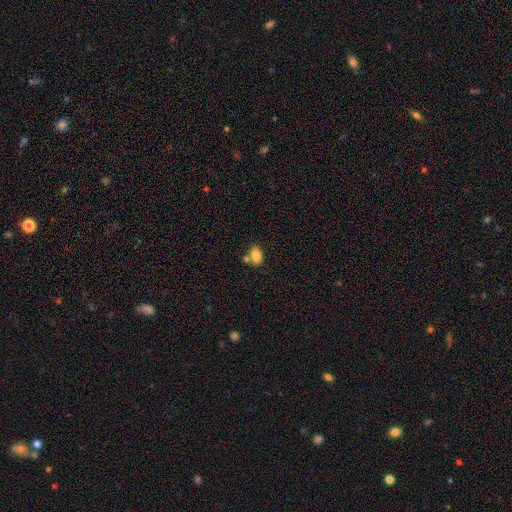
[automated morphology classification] smooth 84%, star or artifact 9%, featured or disk 7%. Down the decision tree: how rounded — in between (86%); merging — none (58%).